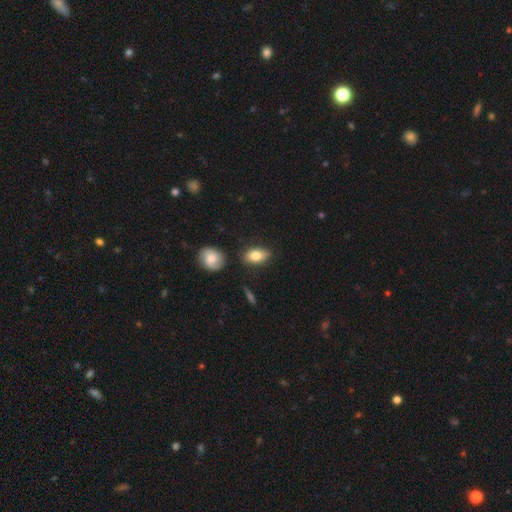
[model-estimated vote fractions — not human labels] This is likely a smooth galaxy (80%). How rounded: clearly in between (88%). Merging: clearly none (80%).